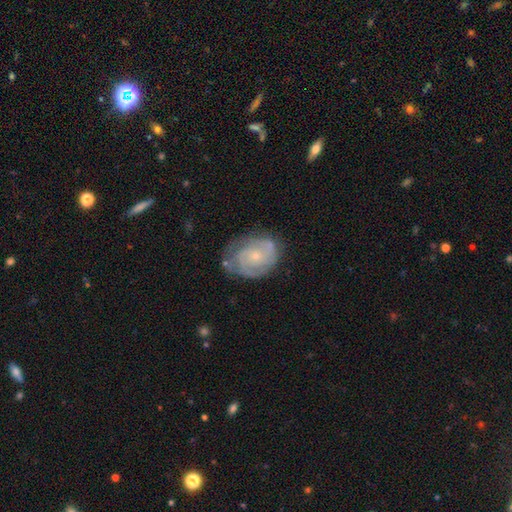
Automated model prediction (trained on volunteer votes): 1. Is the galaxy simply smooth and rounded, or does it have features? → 78% featured or disk, 16% smooth, 6% star or artifact.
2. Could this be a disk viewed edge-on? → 98% no, 2% yes.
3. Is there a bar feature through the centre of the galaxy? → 74% no, 23% weak, 3% strong.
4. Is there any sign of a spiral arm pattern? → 92% yes, 8% no.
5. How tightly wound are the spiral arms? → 62% tight, 30% medium, 8% loose.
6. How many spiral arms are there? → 50% 2, 26% can't tell, 13% 3, 5% 1, 3% 4, 3% more than 4.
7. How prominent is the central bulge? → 73% small, 21% moderate, 3% none, 1% large, 1% dominant.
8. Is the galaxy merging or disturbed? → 65% none, 23% minor disturbance, 9% major disturbance, 2% merger.